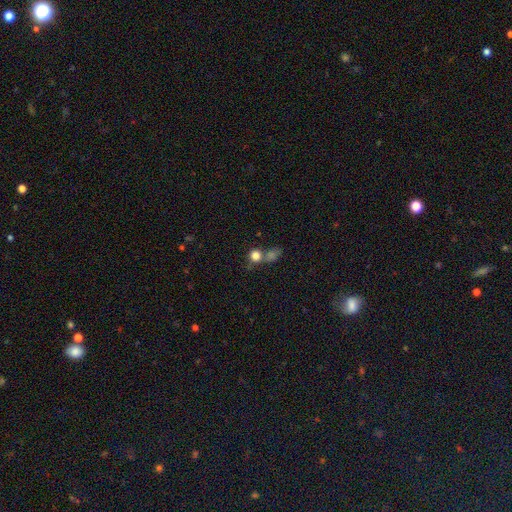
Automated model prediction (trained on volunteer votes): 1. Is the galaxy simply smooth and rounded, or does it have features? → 78% smooth, 13% star or artifact, 8% featured or disk.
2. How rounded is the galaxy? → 82% round, 16% in between, 2% cigar-shaped.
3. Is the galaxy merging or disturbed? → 46% none, 36% merger, 10% minor disturbance, 7% major disturbance.